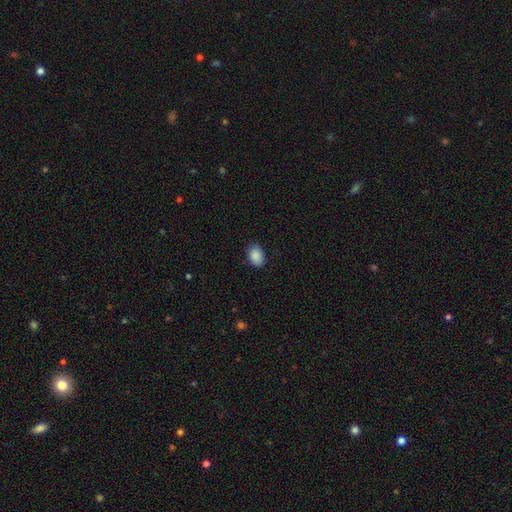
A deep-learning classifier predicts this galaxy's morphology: Smooth or featured?
  - smooth: 89% *
  - star or artifact: 7%
  - featured or disk: 4%
How rounded?
  - in between: 82% *
  - round: 17%
  - cigar-shaped: 1%
Merging?
  - none: 85% *
  - minor disturbance: 12%
  - major disturbance: 2%
  - merger: 1%